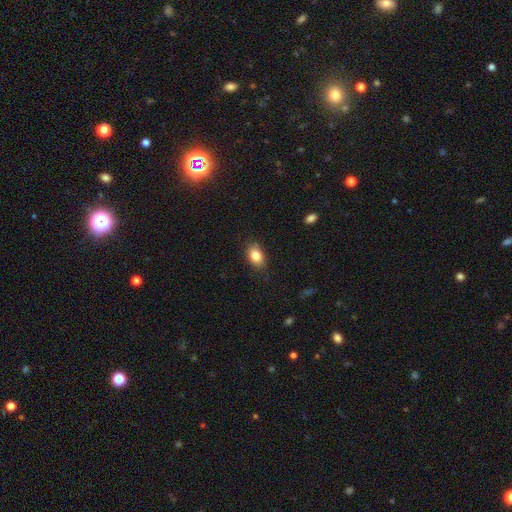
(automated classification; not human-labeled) Overall: smooth (84%). How rounded: in between (84%). Merging: none (85%).